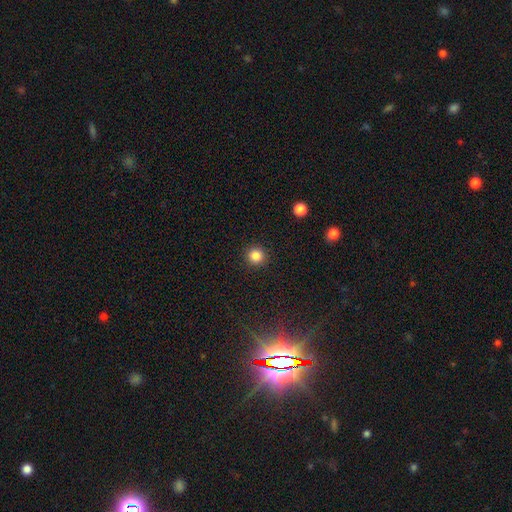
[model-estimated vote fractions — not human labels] smooth-or-featured: smooth: 85% | star or artifact: 11% | featured or disk: 4%
  how-rounded: round: 94% | in between: 5% | cigar-shaped: 1%
  merging: none: 92% | minor disturbance: 5% | major disturbance: 2% | merger: 1%